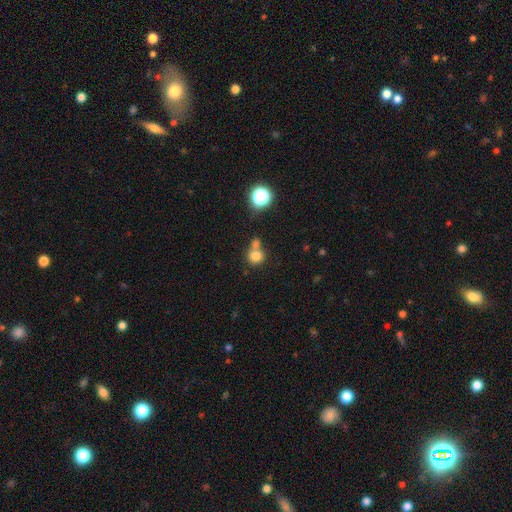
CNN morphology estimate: type=smooth (79%); roundness=round (87%); merging=none (48%).